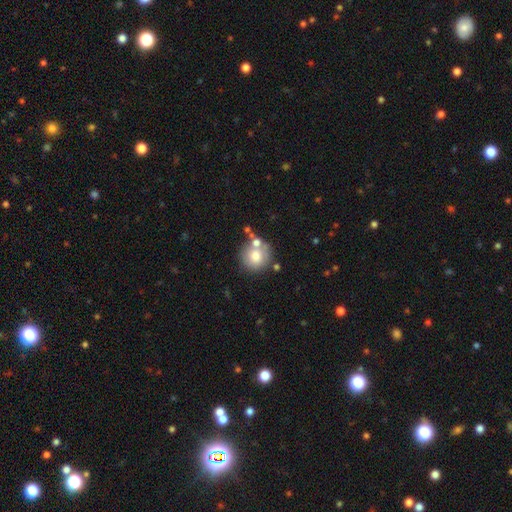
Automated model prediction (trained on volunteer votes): The model was most divided on "merging": none: 64%, merger: 19%, minor disturbance: 13%, major disturbance: 5%. More confident: how rounded — round (91%); smooth or featured — smooth (72%).